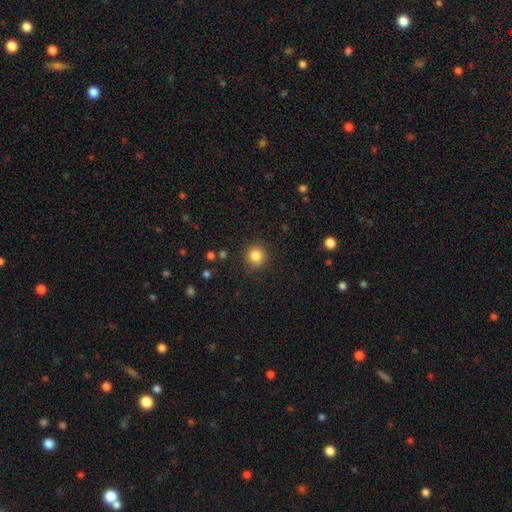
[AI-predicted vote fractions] Overall: smooth (84%). How rounded: round (90%). Merging: none (85%).